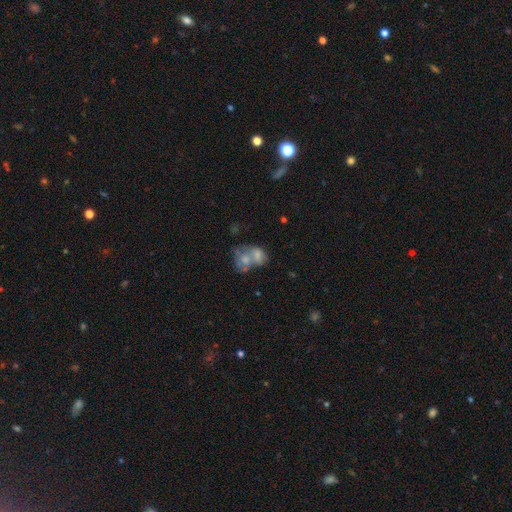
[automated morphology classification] smooth-or-featured: smooth: 60% | featured or disk: 30% | star or artifact: 10%
  how-rounded: in between: 64% | round: 35% | cigar-shaped: 1%
  merging: merger: 70% | none: 15% | minor disturbance: 7% | major disturbance: 7%